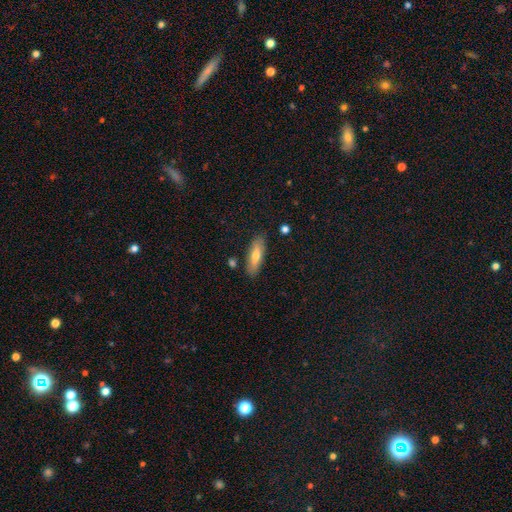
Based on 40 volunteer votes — smooth_or_featured: smooth (p=0.55) [alt: featured or disk p=0.35]
how_rounded: cigar-shaped (p=0.59) [alt: in between p=0.41]
merging: none (p=0.97) [alt: minor disturbance p=0.03]